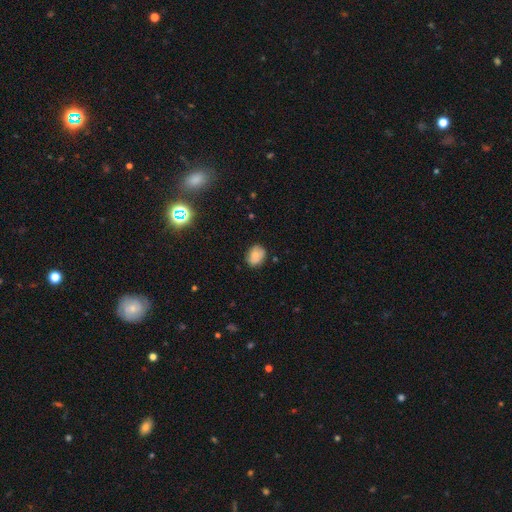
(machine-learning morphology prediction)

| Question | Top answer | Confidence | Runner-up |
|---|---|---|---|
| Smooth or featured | smooth | 79% | featured or disk (12%) |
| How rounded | in between | 61% | round (38%) |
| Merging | none | 78% | minor disturbance (17%) |